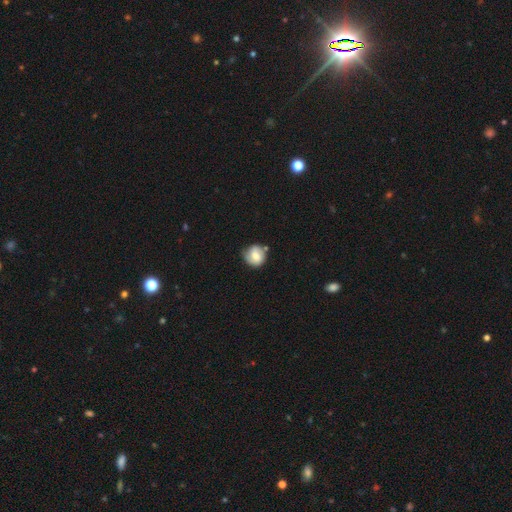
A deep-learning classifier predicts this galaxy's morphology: The model was most divided on "smooth or featured": smooth: 60%, featured or disk: 32%, star or artifact: 8%. More confident: how rounded — round (80%); merging — none (61%).